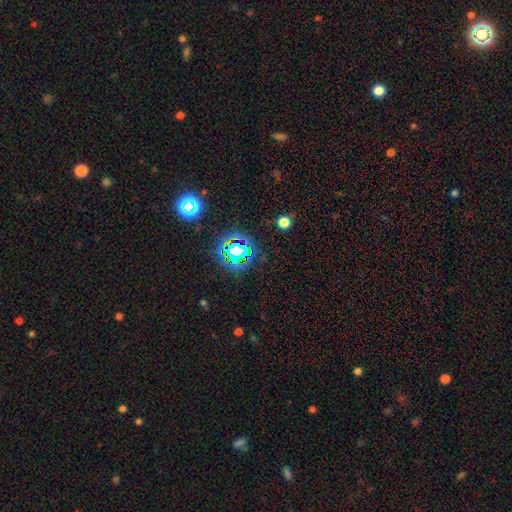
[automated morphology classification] smooth_or_featured: star or artifact (p=0.77) [alt: smooth p=0.15]